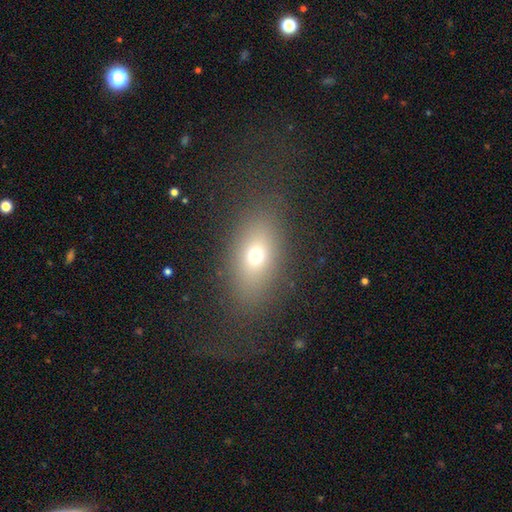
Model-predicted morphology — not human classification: This appears to be a smooth galaxy with no disk features (67%) that is in between round and cigar-shaped (76%). Merging: none (80%).